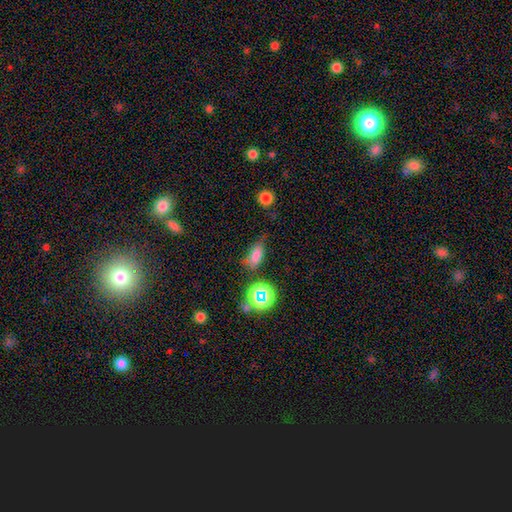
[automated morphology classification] Q: Smooth or featured?
A: smooth (72%); runner-up: star or artifact (19%)
Q: How rounded?
A: in between (78%); runner-up: cigar-shaped (13%)
Q: Merging?
A: none (57%); runner-up: minor disturbance (28%)